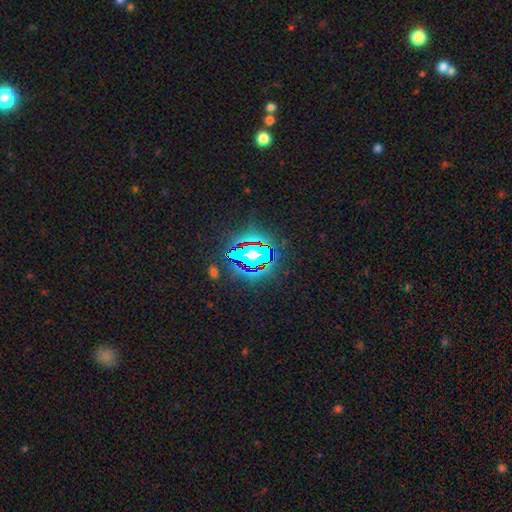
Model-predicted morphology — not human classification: This is likely a star or artifact rather than a galaxy (61%).